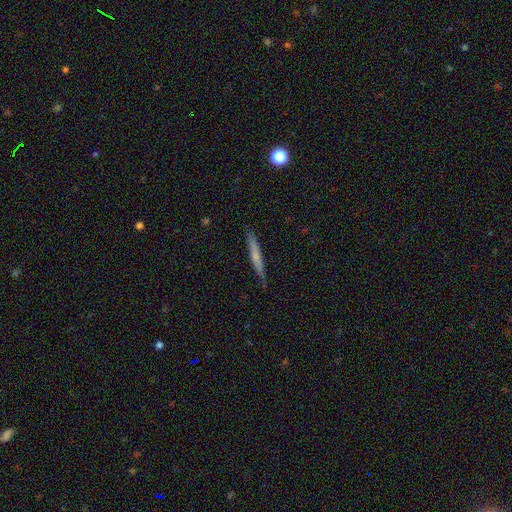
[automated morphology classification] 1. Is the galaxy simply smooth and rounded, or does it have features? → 57% smooth, 37% featured or disk, 6% star or artifact.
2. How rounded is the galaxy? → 96% cigar-shaped, 3% in between, 1% round.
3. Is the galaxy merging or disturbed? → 84% none, 12% minor disturbance, 2% major disturbance, 1% merger.